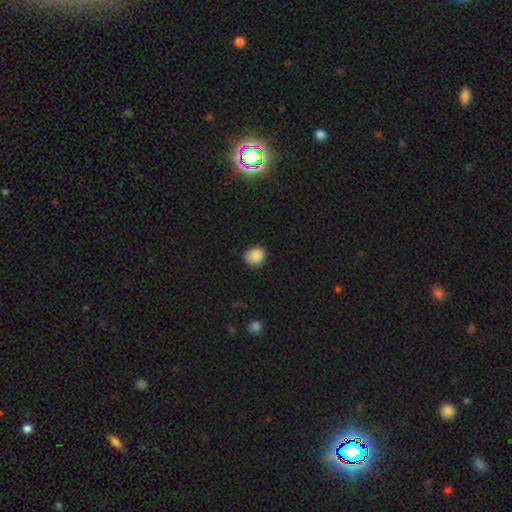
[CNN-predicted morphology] A smooth galaxy with no disk features (87%) that is round (82%). Merging: none (76%).